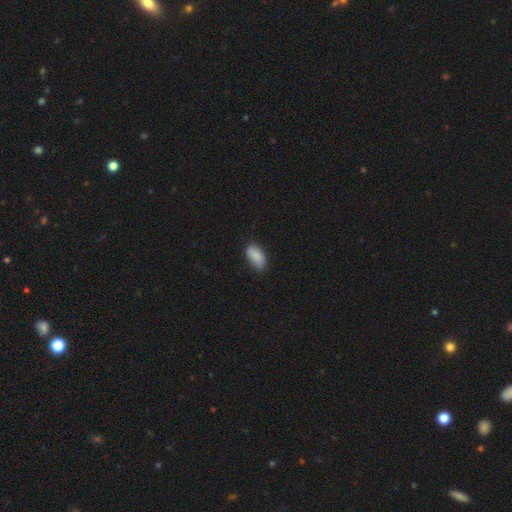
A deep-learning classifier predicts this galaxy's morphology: Smooth or featured: smooth — 88% (star or artifact — 7%)
How rounded: in between — 92% (cigar-shaped — 5%)
Merging: none — 77% (minor disturbance — 19%)